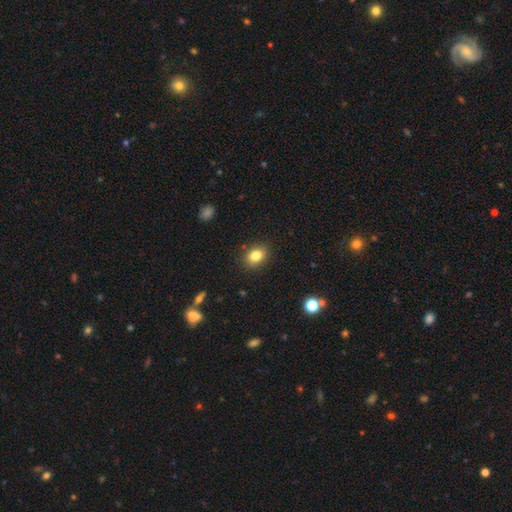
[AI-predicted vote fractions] smooth-or-featured: smooth: 83% | star or artifact: 10% | featured or disk: 7%
  how-rounded: in between: 61% | round: 38% | cigar-shaped: 1%
  merging: none: 88% | minor disturbance: 9% | major disturbance: 2% | merger: 1%